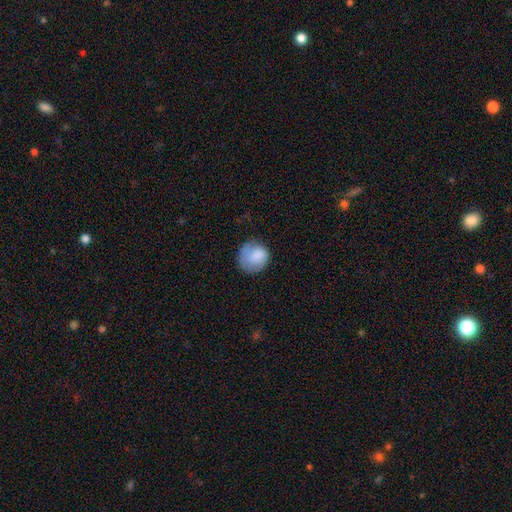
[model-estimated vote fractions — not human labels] A smooth galaxy with no disk features (81%) that is round (79%). Merging: none (59%).